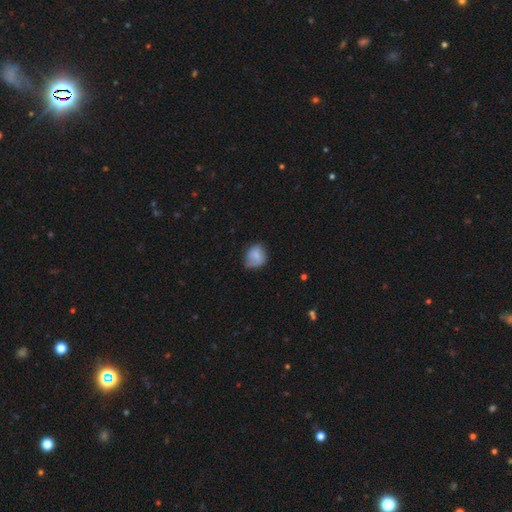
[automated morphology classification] A smooth galaxy with no disk features (72%) that is round (62%). Merging: none (50%).